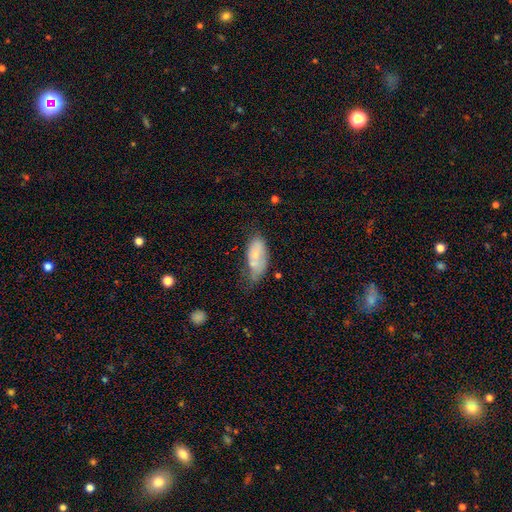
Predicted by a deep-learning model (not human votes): Q: Smooth or featured?
A: smooth (62%); runner-up: featured or disk (30%)
Q: How rounded?
A: in between (90%); runner-up: cigar-shaped (7%)
Q: Merging?
A: minor disturbance (32%); runner-up: none (30%)